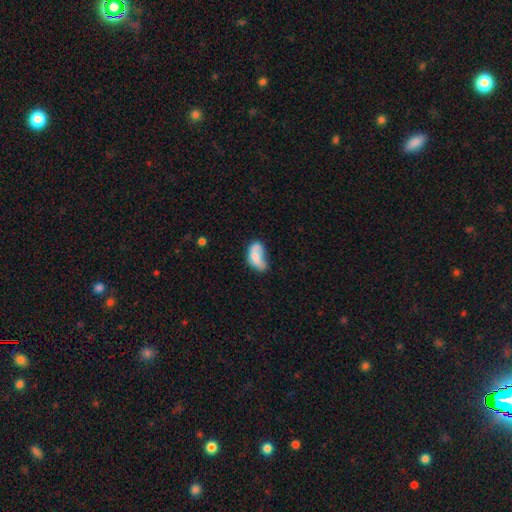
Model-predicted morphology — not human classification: A smooth galaxy with no disk features (66%) that is in between round and cigar-shaped (91%). Merging: minor disturbance (29%).